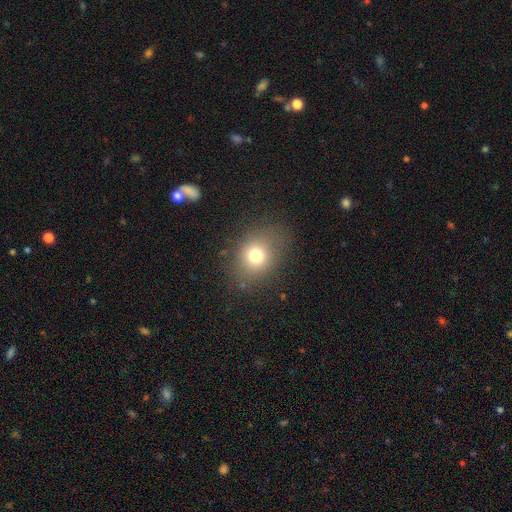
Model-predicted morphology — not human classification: type=smooth (74%); roundness=round (57%); merging=none (78%).